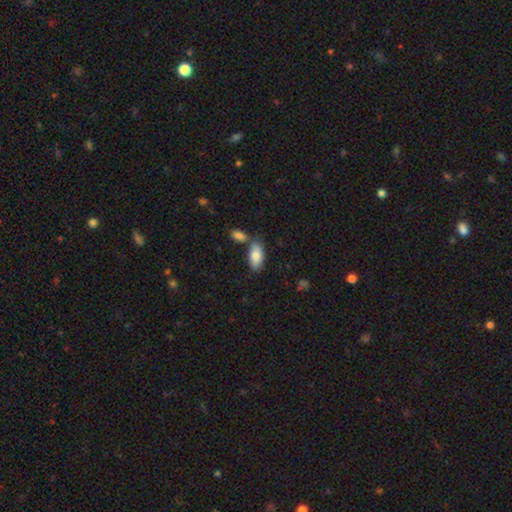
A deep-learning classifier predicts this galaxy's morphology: A smooth galaxy with no disk features (83%) that is in between round and cigar-shaped (92%). Merging: none (65%).